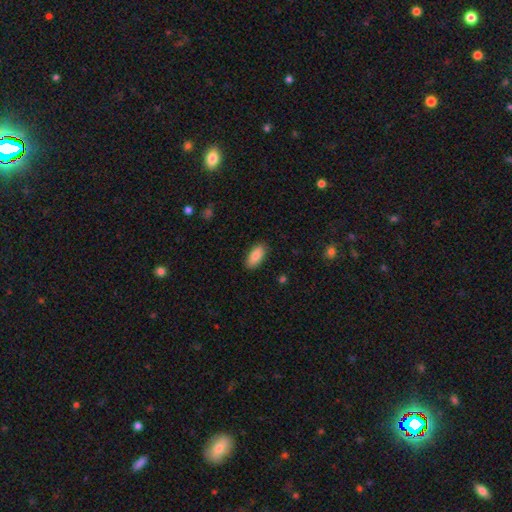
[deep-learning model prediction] smooth 85%, featured or disk 9%, star or artifact 6%. Down the decision tree: how rounded — in between (91%); merging — none (88%).